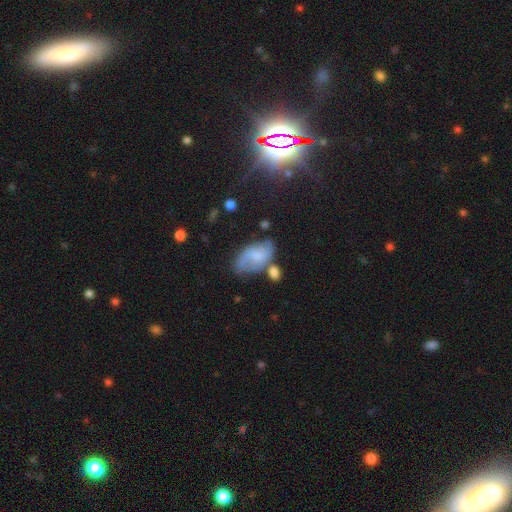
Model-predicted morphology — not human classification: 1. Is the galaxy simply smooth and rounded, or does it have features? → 49% featured or disk, 42% smooth, 9% star or artifact.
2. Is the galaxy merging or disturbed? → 50% none, 25% minor disturbance, 14% merger, 11% major disturbance.